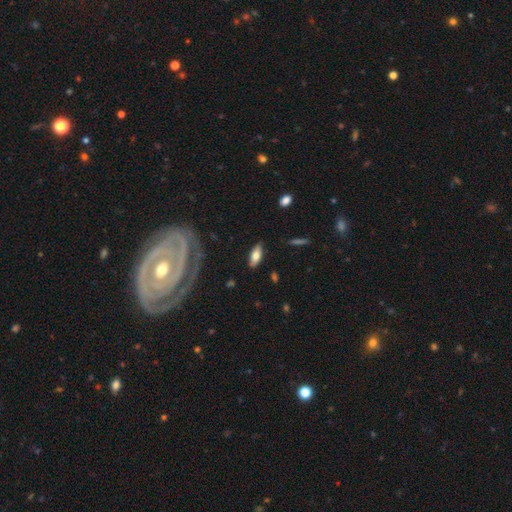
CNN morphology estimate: Overall: smooth (70%). How rounded: in between (81%). Merging: none (84%).